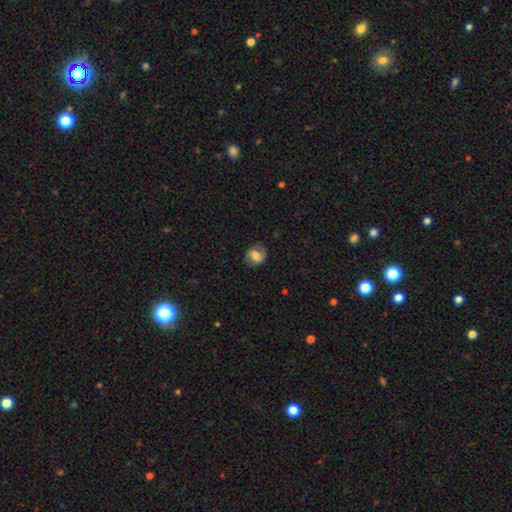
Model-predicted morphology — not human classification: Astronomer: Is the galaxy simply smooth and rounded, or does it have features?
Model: smooth — 57% (runner-up: featured or disk, 34%).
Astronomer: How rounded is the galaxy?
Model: round — 54% (runner-up: in between, 45%).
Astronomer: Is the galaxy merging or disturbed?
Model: none — 73%.